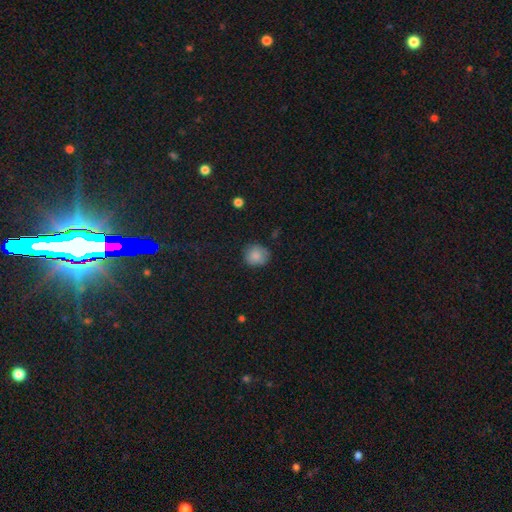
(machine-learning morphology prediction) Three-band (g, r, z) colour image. It shows a smooth galaxy with no disk features (84%) that is round (86%). Merging: none (80%).